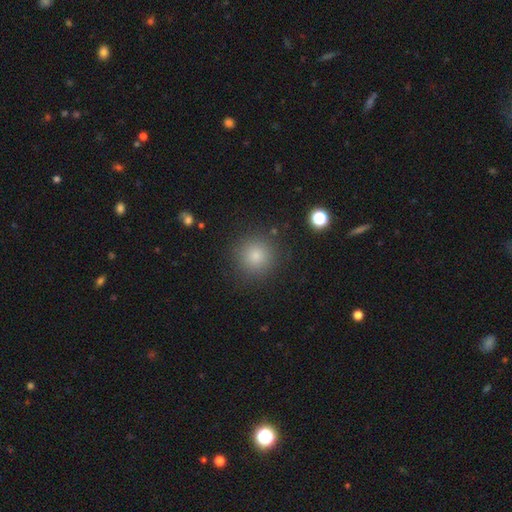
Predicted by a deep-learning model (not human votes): smooth-or-featured: smooth: 82% | star or artifact: 12% | featured or disk: 6%
  how-rounded: round: 94% | in between: 5% | cigar-shaped: 1%
  merging: none: 88% | minor disturbance: 7% | major disturbance: 3% | merger: 2%